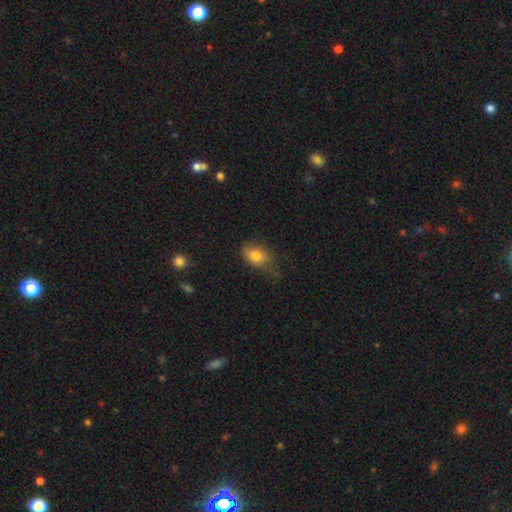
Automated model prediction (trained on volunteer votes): Overall: smooth (79%). How rounded: in between (77%). Merging: none (51%; minor disturbance 33%).